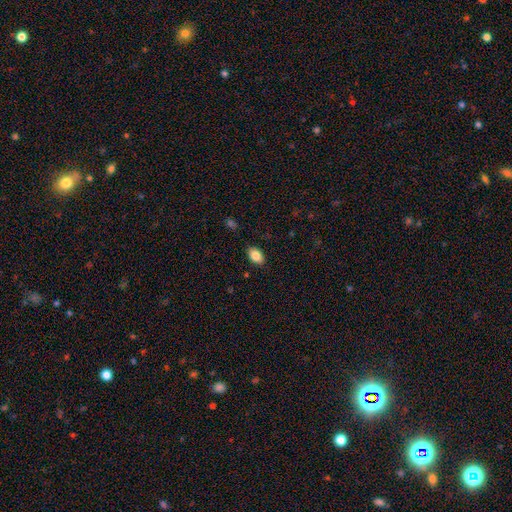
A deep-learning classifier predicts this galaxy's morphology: type=smooth (85%); roundness=in between (89%); merging=none (87%).